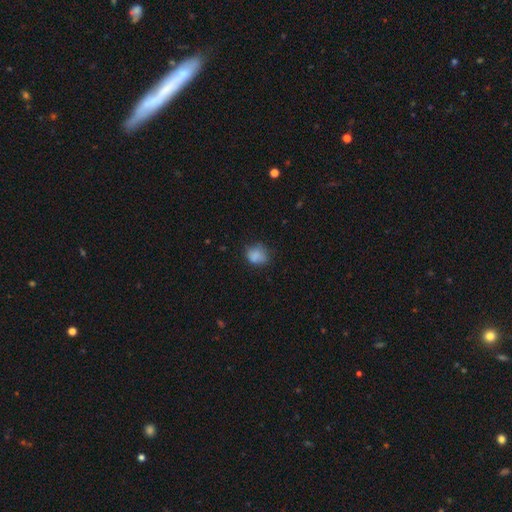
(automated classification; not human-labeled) This is clearly a smooth galaxy (80%). How rounded: likely round (60%). Merging: likely none (62%).